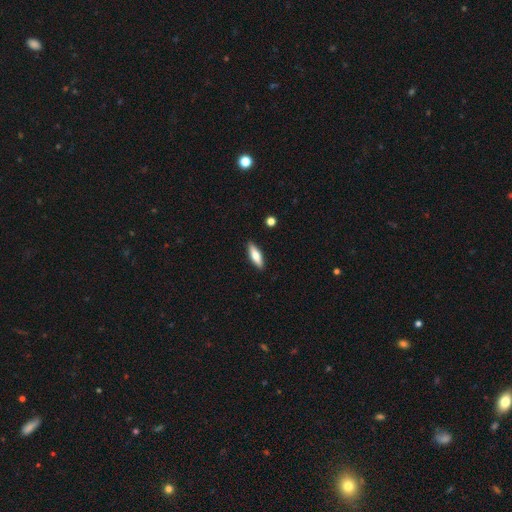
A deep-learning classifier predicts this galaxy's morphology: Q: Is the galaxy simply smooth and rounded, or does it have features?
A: smooth — 68%.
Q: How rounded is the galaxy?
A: cigar-shaped — 53%.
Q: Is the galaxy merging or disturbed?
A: none — 89%.